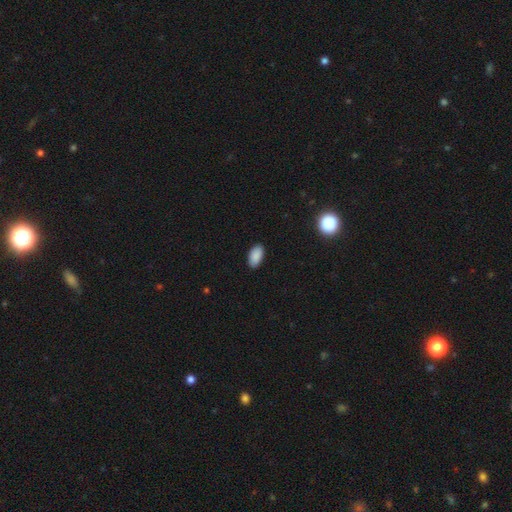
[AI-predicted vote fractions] A smooth galaxy with no disk features (90%) that is in between round and cigar-shaped (95%).

Vote fractions:
- Smooth or featured? smooth: 90% / star or artifact: 7% / featured or disk: 3%
- How rounded? in between: 95% / round: 3% / cigar-shaped: 2%
- Merging? none: 89% / minor disturbance: 9% / major disturbance: 2% / merger: 1%